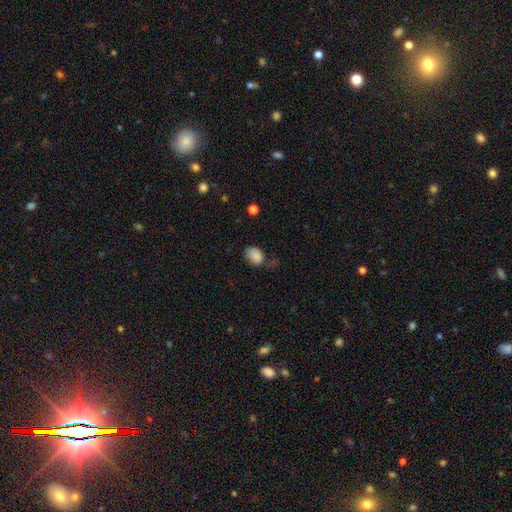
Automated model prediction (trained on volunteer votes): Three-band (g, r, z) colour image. It shows a smooth galaxy with no disk features (81%) that is in between round and cigar-shaped (72%). Merging: none (41%).